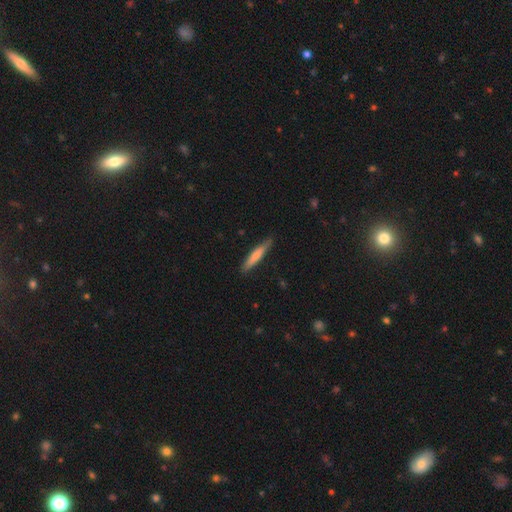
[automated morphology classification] Smooth or featured? Predicted: smooth (p=0.71). How rounded? Predicted: cigar-shaped (p=0.91). Merging? Predicted: none (p=0.84).